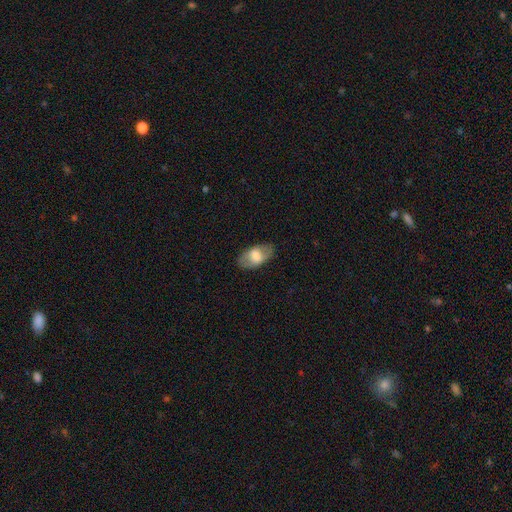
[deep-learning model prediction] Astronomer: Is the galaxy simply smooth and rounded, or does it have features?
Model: smooth — 62%.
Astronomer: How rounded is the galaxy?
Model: in between — 93%.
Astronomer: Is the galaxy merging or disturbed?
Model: none — 82%.